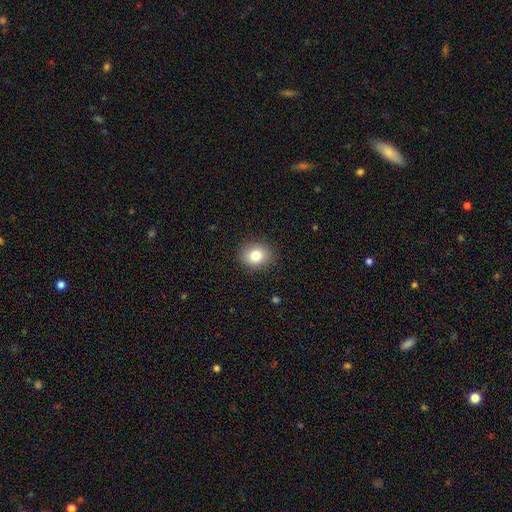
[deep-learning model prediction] Smooth or featured? smooth (82%)
How rounded? round (65%)
Merging? none (89%)